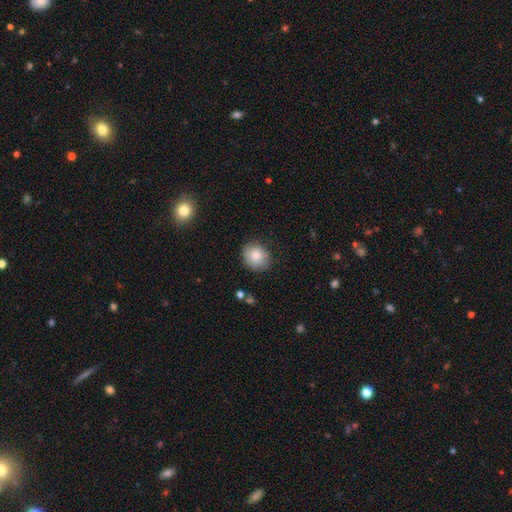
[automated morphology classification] A smooth galaxy with no disk features (82%) that is round (74%).

Vote fractions:
- Smooth or featured? smooth: 82% / featured or disk: 10% / star or artifact: 8%
- How rounded? round: 74% / in between: 25% / cigar-shaped: 1%
- Merging? none: 82% / minor disturbance: 14% / major disturbance: 3% / merger: 1%